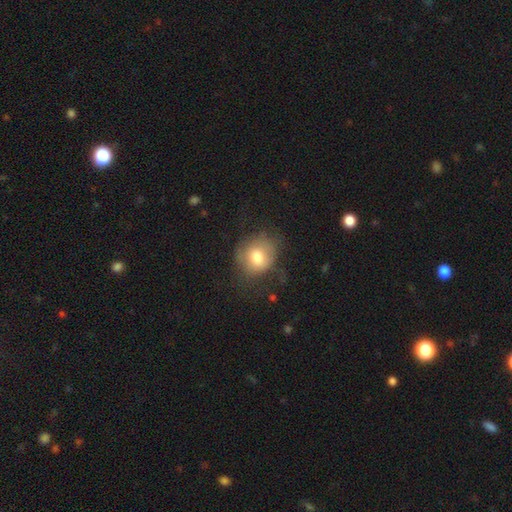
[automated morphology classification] A smooth galaxy with no disk features (74%) that is round (67%).

Vote fractions:
- Smooth or featured? smooth: 74% / featured or disk: 17% / star or artifact: 9%
- How rounded? round: 67% / in between: 32% / cigar-shaped: 1%
- Merging? none: 59% / minor disturbance: 25% / major disturbance: 14% / merger: 2%